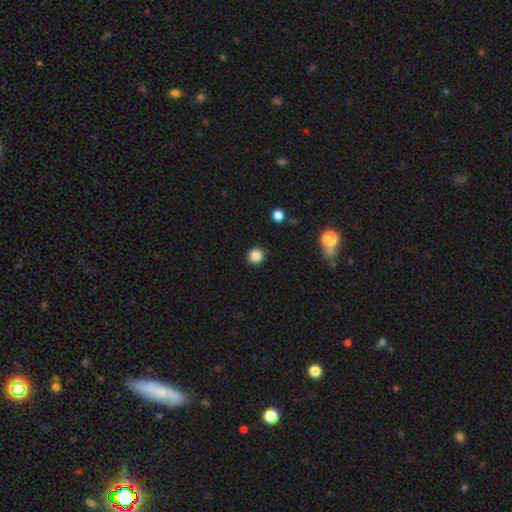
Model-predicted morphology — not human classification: Smooth or featured?
  - smooth: 86% *
  - star or artifact: 11%
  - featured or disk: 3%
How rounded?
  - round: 93% *
  - in between: 6%
  - cigar-shaped: 1%
Merging?
  - none: 92% *
  - minor disturbance: 5%
  - major disturbance: 2%
  - merger: 1%